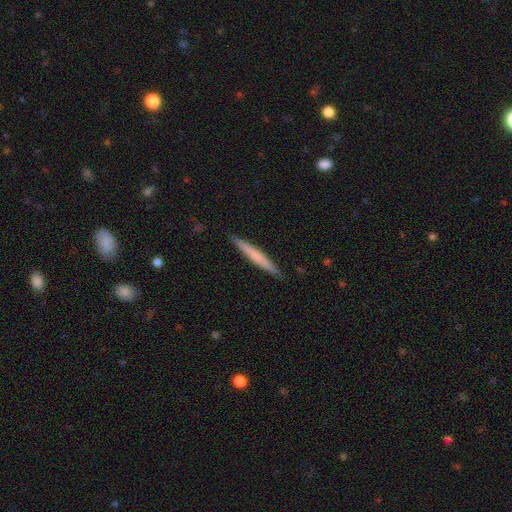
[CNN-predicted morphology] Smooth or featured? smooth (55%)
How rounded? cigar-shaped (96%)
Merging? none (91%)